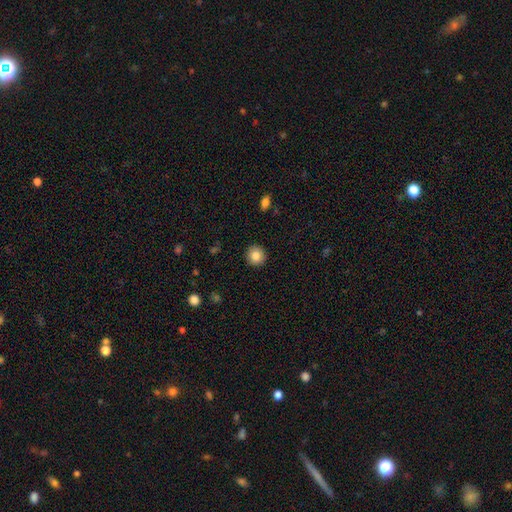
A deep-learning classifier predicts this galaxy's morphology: Smooth or featured: smooth — 84% (star or artifact — 9%)
How rounded: round — 93% (in between — 6%)
Merging: none — 92% (minor disturbance — 5%)